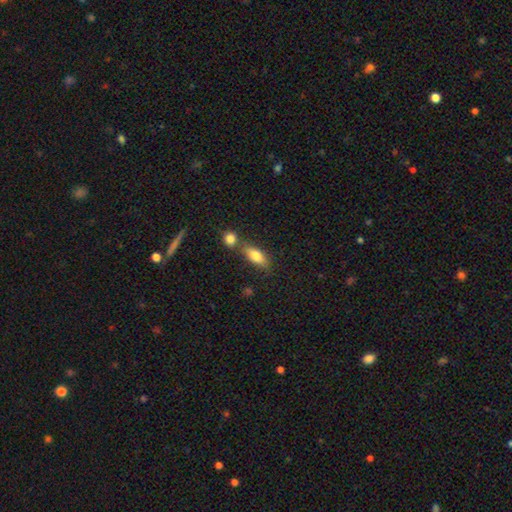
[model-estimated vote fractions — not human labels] Smooth or featured? smooth (77%)
How rounded? in between (77%)
Merging? none (56%)